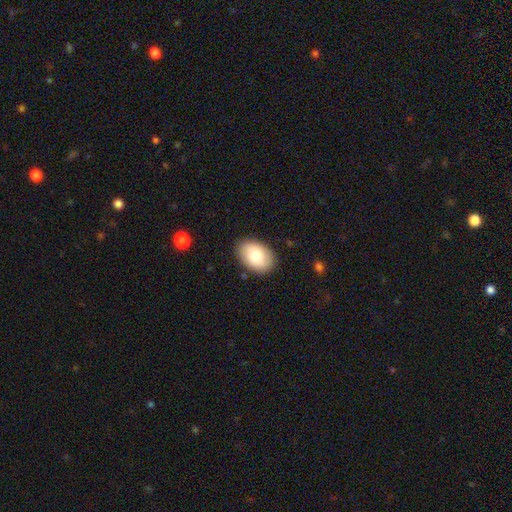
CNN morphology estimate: Overall: smooth (81%). How rounded: in between (86%). Merging: none (87%).